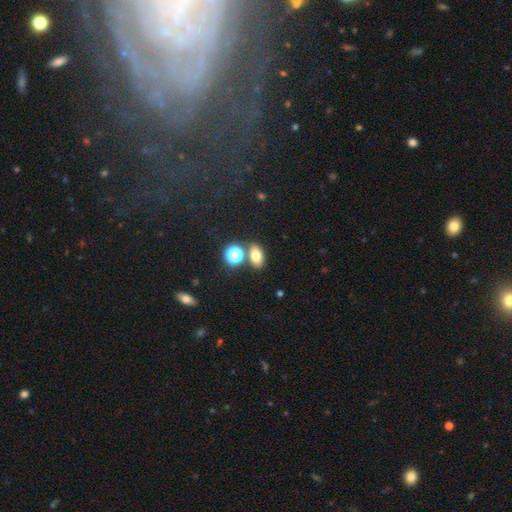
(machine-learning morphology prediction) Overall: smooth (74%). How rounded: in between (79%). Merging: none (72%).